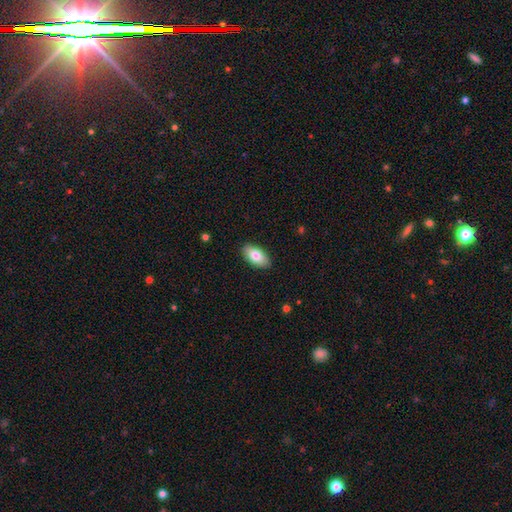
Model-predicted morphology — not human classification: Overall: smooth (80%). How rounded: in between (93%). Merging: none (89%).